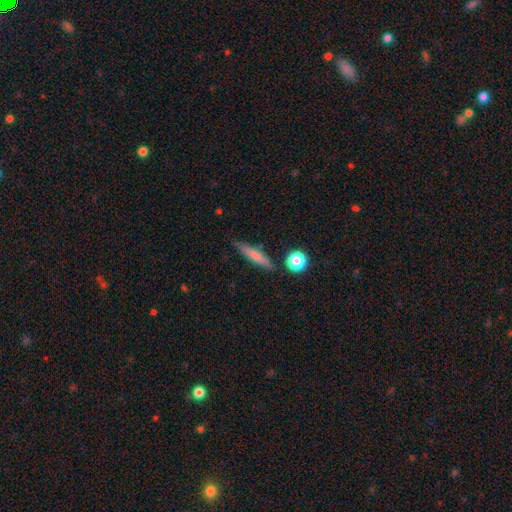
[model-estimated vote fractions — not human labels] This is likely a smooth galaxy (70%). How rounded: clearly cigar-shaped (85%). Merging: likely none (80%).